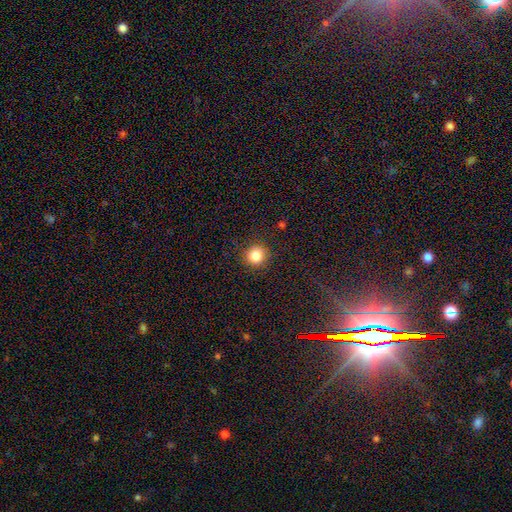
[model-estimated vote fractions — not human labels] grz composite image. It shows a smooth galaxy with no disk features (85%) that is round (92%). Merging: none (89%).